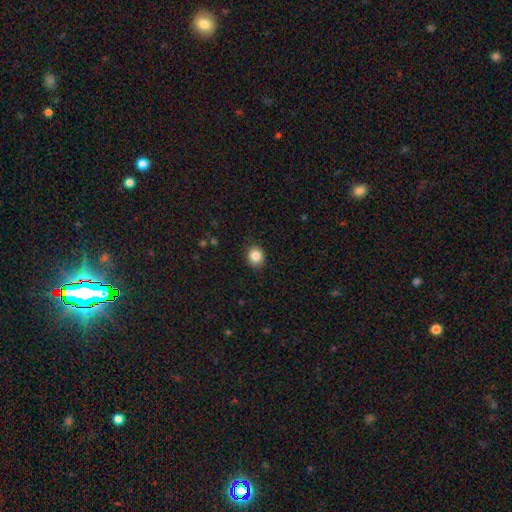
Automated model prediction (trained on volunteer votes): smooth-or-featured: smooth: 85% | star or artifact: 10% | featured or disk: 5%
  how-rounded: round: 76% | in between: 23% | cigar-shaped: 1%
  merging: none: 89% | minor disturbance: 8% | major disturbance: 2% | merger: 1%